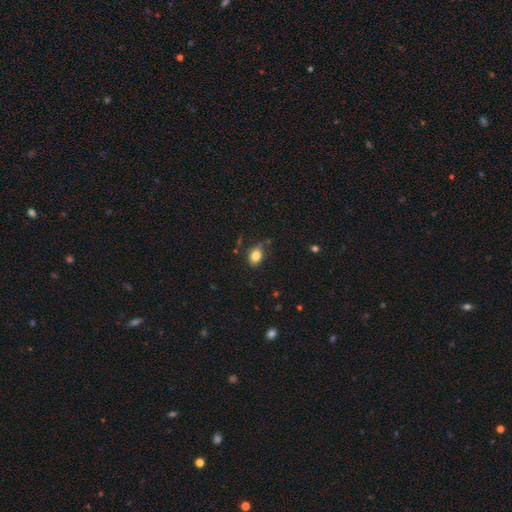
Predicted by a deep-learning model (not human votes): The model was most divided on "merging": none: 70%, minor disturbance: 21%, major disturbance: 5%, merger: 4%. More confident: smooth or featured — smooth (82%); how rounded — in between (78%).